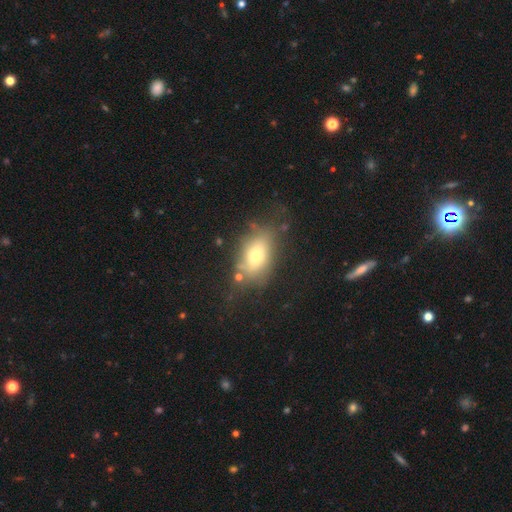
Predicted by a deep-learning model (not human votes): This is likely a smooth galaxy (67%). How rounded: clearly in between (85%). Merging: possibly none (58%).